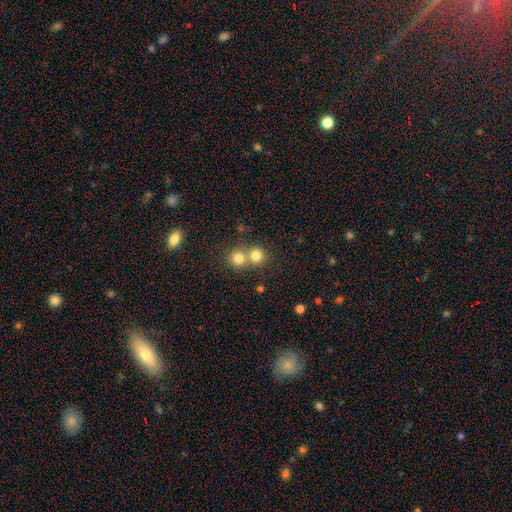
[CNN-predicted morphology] Overall: smooth (79%). How rounded: round (89%). Merging: merger (48%; none 46%).